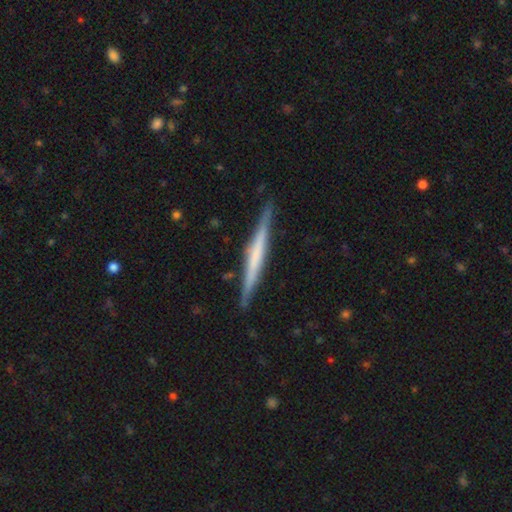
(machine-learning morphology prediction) Smooth or featured: featured or disk — 61% (smooth — 34%)
Edge-on disk: yes — 98% (no — 2%)
Edge-on bulge: none — 61% (rounded — 21%)
Merging: none — 89% (minor disturbance — 8%)